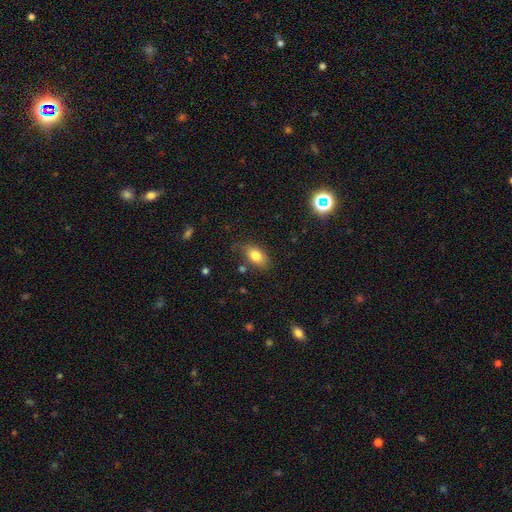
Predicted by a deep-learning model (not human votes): Smooth or featured?
  - smooth: 80% *
  - featured or disk: 11%
  - star or artifact: 9%
How rounded?
  - in between: 88% *
  - round: 10%
  - cigar-shaped: 3%
Merging?
  - none: 75% *
  - minor disturbance: 18%
  - major disturbance: 4%
  - merger: 3%